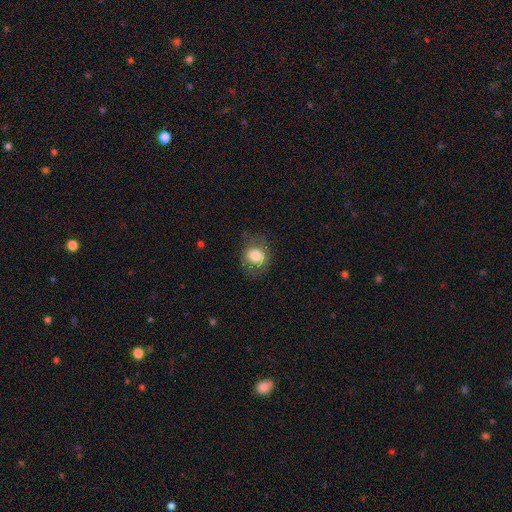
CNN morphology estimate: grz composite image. It shows a smooth galaxy with no disk features (77%) that is round (62%). Merging: none (70%).